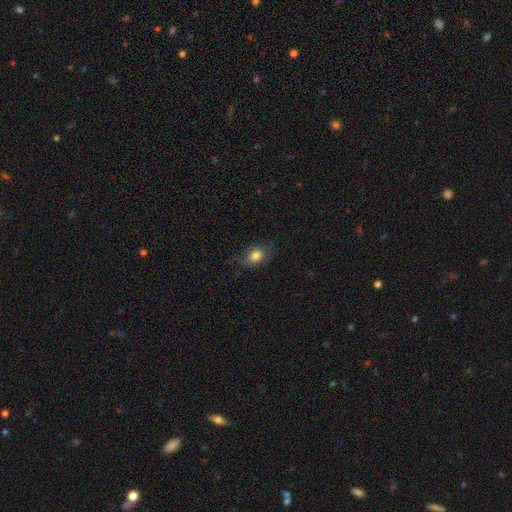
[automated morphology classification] Q: Smooth or featured?
A: smooth (79%); runner-up: featured or disk (12%)
Q: How rounded?
A: in between (68%); runner-up: round (31%)
Q: Merging?
A: none (66%); runner-up: minor disturbance (25%)